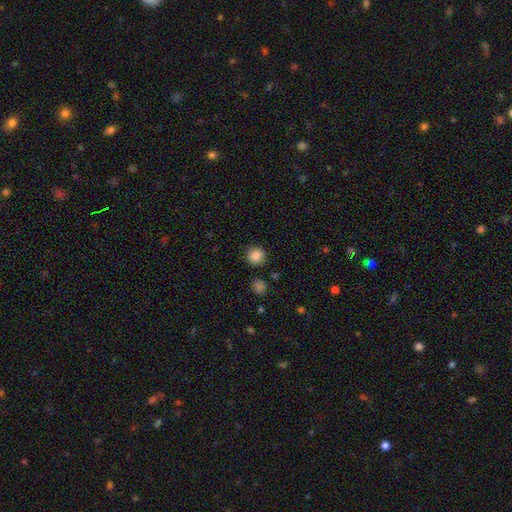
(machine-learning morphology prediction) Smooth or featured? smooth (86%)
How rounded? round (90%)
Merging? none (87%)